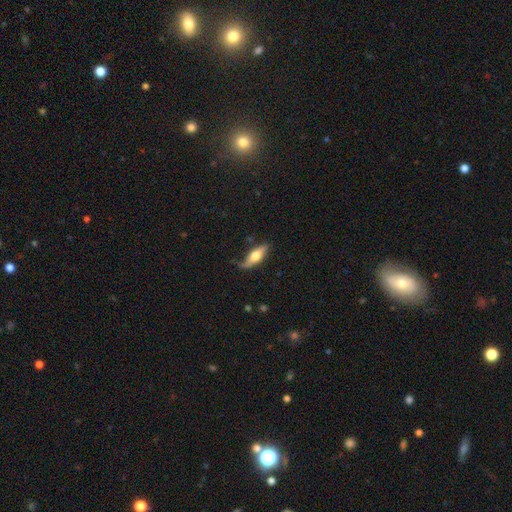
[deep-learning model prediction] This is possibly a smooth galaxy (49%). Merging: possibly none (57%).